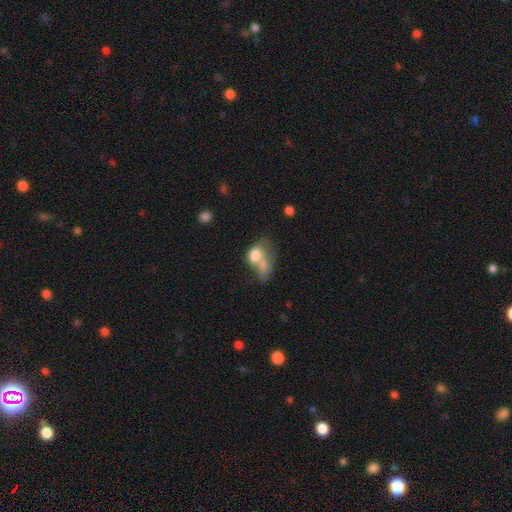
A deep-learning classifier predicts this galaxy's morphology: Smooth or featured: smooth — 70% (featured or disk — 21%)
How rounded: in between — 73% (round — 24%)
Merging: merger — 57% (major disturbance — 18%)